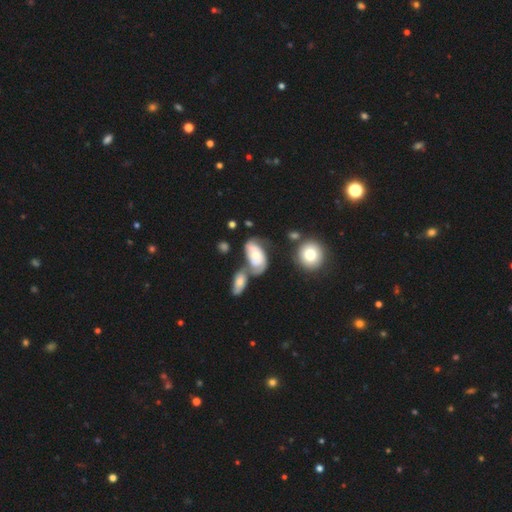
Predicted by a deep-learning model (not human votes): Smooth or featured? Predicted: featured or disk (p=0.63). Edge-on disk? Predicted: no (p=0.95). Bar? Predicted: no (p=0.74). Spiral arms? Predicted: yes (p=0.83). Bulge size? Predicted: moderate (p=0.49). Merging? Predicted: none (p=0.36).